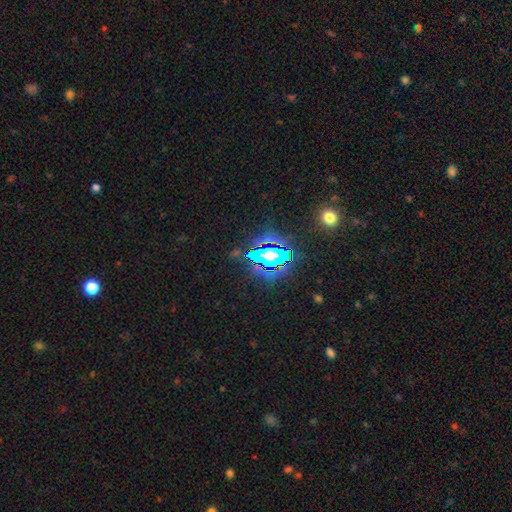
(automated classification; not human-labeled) A star or artifact, not a galaxy (69%).